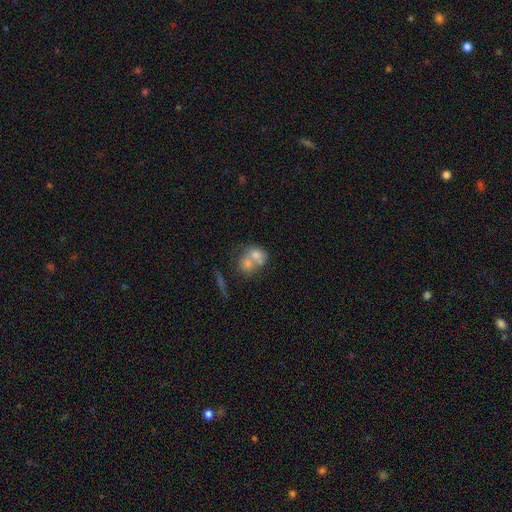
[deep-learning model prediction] smooth-or-featured: smooth: 64% | featured or disk: 26% | star or artifact: 10%
  how-rounded: round: 52% | in between: 46% | cigar-shaped: 2%
  merging: merger: 66% | none: 21% | minor disturbance: 7% | major disturbance: 6%